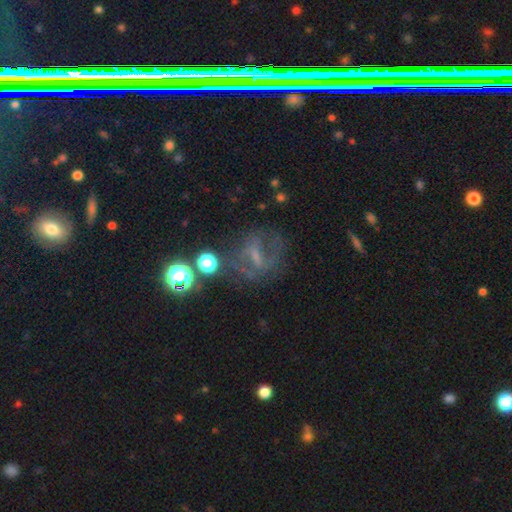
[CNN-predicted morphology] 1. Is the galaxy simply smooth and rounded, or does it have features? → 50% featured or disk, 26% star or artifact, 24% smooth.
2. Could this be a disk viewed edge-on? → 93% no, 7% yes.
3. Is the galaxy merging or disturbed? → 57% none, 20% major disturbance, 18% minor disturbance, 6% merger.